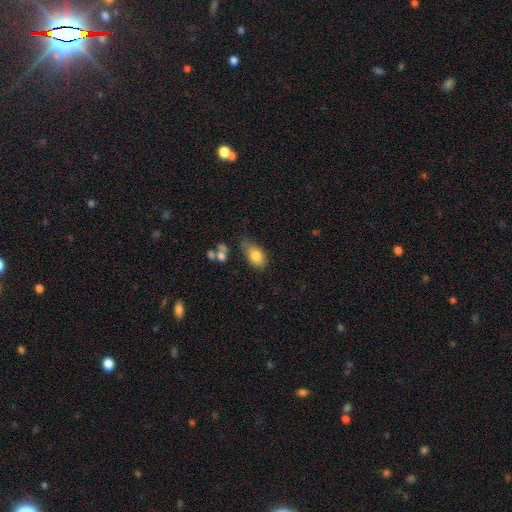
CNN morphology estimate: smooth 81%, featured or disk 10%, star or artifact 8%. Down the decision tree: how rounded — in between (88%); merging — none (47%).